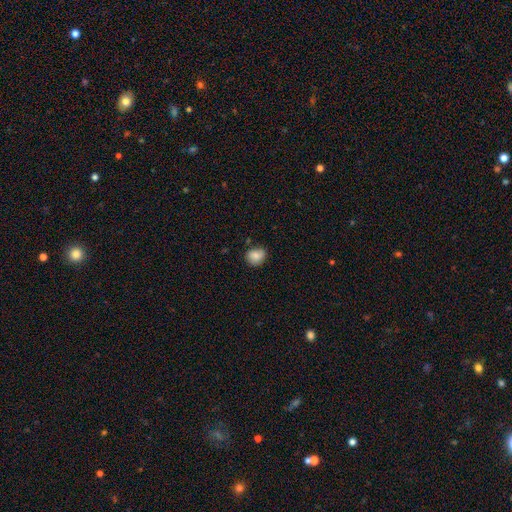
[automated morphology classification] Smooth or featured? Predicted: smooth (p=0.84). How rounded? Predicted: round (p=0.61). Merging? Predicted: none (p=0.69).